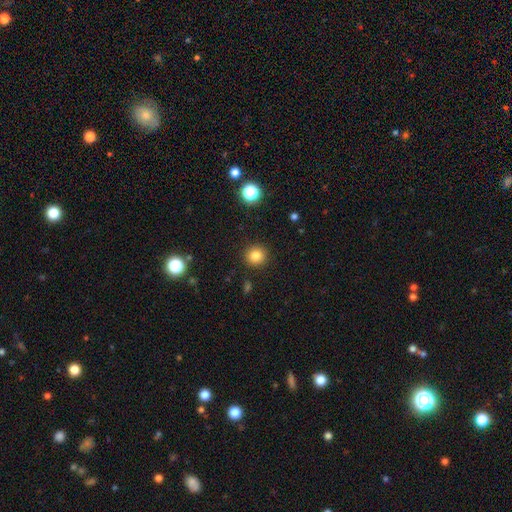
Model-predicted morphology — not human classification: This is clearly a smooth galaxy (82%). How rounded: clearly round (91%). Merging: clearly none (91%).